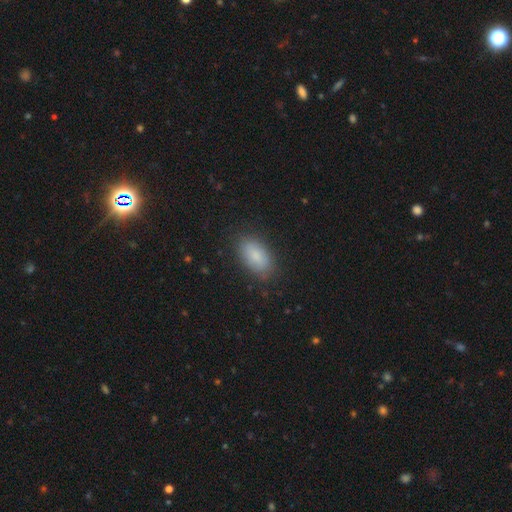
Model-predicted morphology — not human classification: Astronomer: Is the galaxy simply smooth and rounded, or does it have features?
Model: smooth — 83%.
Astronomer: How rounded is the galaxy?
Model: in between — 92%.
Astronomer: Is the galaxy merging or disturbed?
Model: none — 84%.